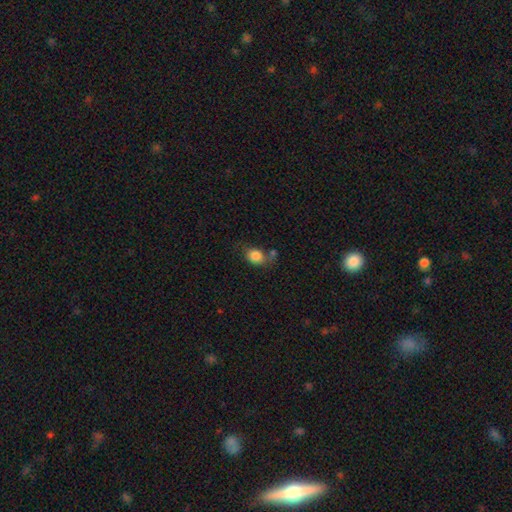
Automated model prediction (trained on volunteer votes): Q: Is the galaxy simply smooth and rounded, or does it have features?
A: smooth — 84%.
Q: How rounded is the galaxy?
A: round — 50%.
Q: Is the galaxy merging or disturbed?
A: none — 47%.